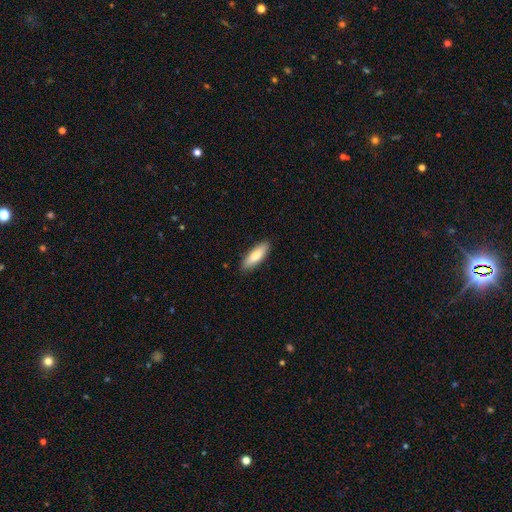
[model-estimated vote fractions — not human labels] Smooth or featured? smooth (79%)
How rounded? in between (56%)
Merging? none (89%)